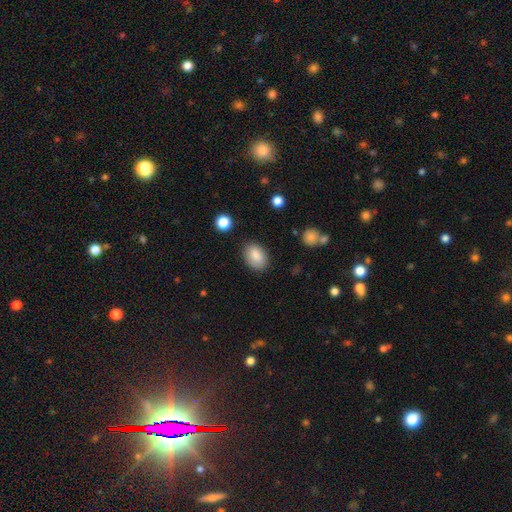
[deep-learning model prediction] The model was most divided on "merging": none: 83%, minor disturbance: 12%, major disturbance: 3%, merger: 2%. More confident: smooth or featured — smooth (86%); how rounded — in between (85%).